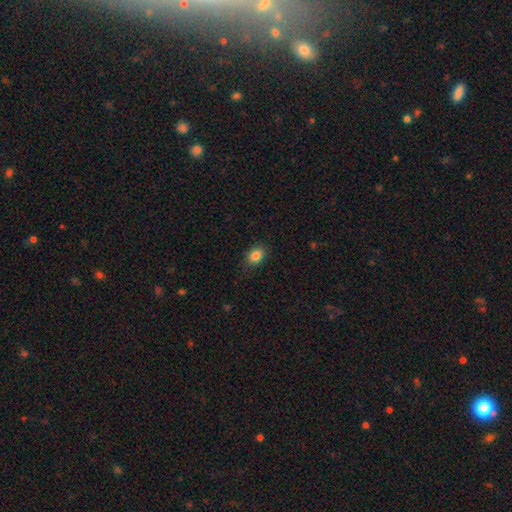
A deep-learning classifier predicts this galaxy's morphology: smooth_or_featured: smooth (p=0.85) [alt: star or artifact p=0.10]
how_rounded: in between (p=0.59) [alt: round p=0.40]
merging: none (p=0.82) [alt: minor disturbance p=0.14]